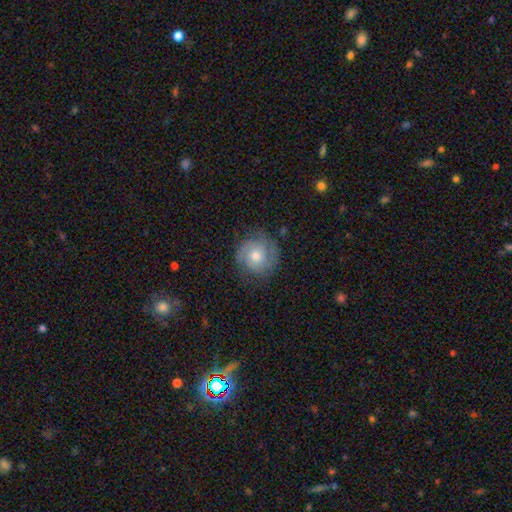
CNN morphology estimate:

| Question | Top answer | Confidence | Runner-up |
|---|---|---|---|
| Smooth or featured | featured or disk | 65% | smooth (27%) |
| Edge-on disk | no | 97% | yes (3%) |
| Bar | no | 76% | weak (21%) |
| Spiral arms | yes | 91% | no (9%) |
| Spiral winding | tight | 58% | medium (33%) |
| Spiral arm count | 2 | 49% | can't tell (21%) |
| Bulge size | moderate | 67% | small (25%) |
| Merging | none | 77% | minor disturbance (16%) |